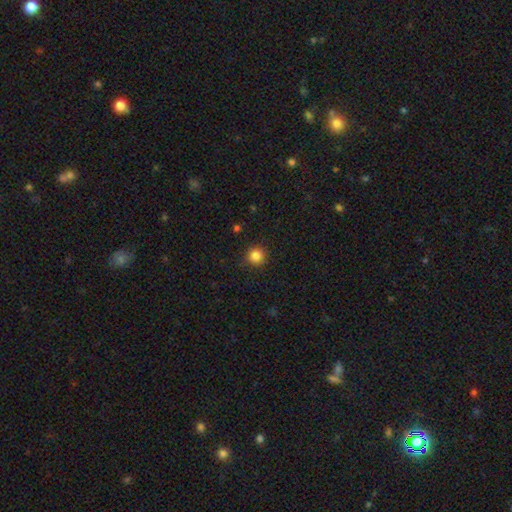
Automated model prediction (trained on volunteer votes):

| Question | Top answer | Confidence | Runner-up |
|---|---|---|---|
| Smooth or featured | smooth | 85% | star or artifact (11%) |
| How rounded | round | 95% | in between (4%) |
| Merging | none | 91% | minor disturbance (6%) |